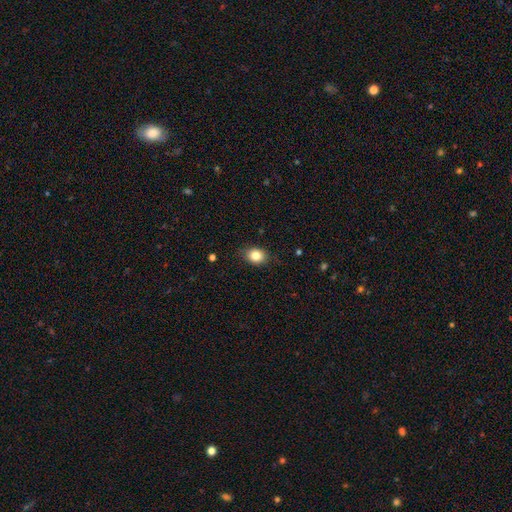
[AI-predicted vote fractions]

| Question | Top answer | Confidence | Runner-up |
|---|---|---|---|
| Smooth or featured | smooth | 83% | star or artifact (10%) |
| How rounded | in between | 54% | round (45%) |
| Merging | none | 83% | minor disturbance (14%) |